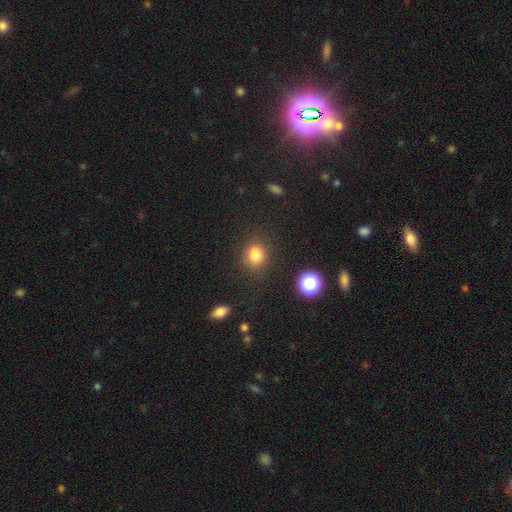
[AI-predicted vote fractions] The model was most divided on "how rounded": round: 57%, in between: 41%, cigar-shaped: 1%. More confident: smooth or featured — smooth (77%); merging — none (64%).